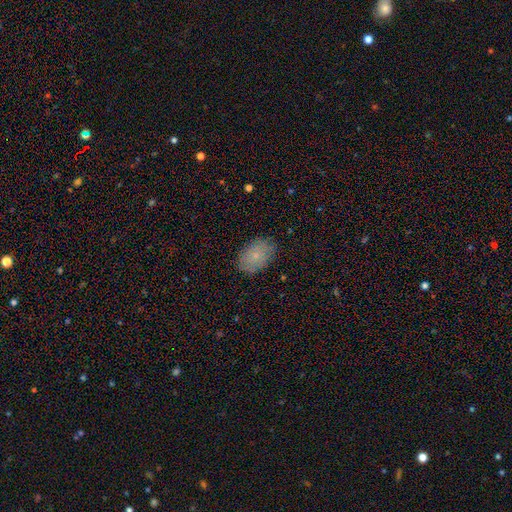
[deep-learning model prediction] This is likely a smooth galaxy (76%). How rounded: clearly in between (86%). Merging: clearly none (83%).